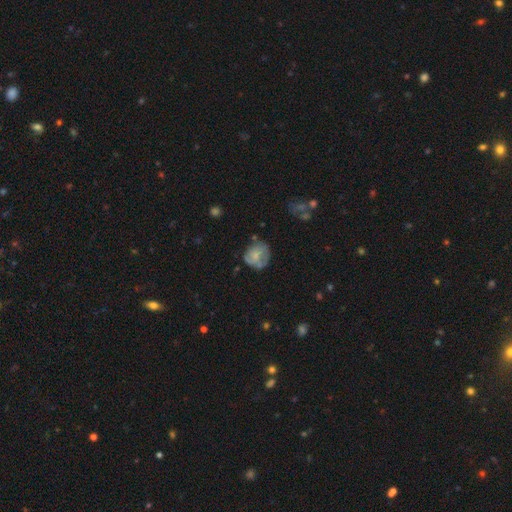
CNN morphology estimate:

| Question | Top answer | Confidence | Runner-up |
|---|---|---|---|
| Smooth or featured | smooth | 56% | featured or disk (36%) |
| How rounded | round | 74% | in between (25%) |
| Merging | none | 53% | minor disturbance (29%) |